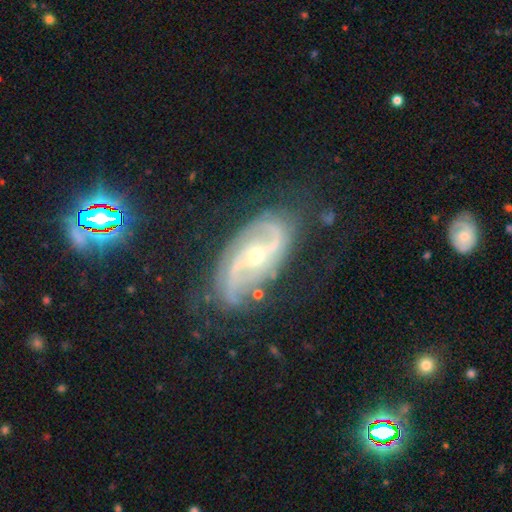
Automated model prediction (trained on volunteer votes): This is clearly a featured or disk galaxy (88%). It is clearly not viewed edge-on (95%). Bar: possibly no (47%). Spiral arm pattern: clearly yes (96%). Spiral arm count: likely 2 (76%). Spiral winding: possibly medium (47%). Central bulge: possibly small (59%). Merging: likely none (69%).